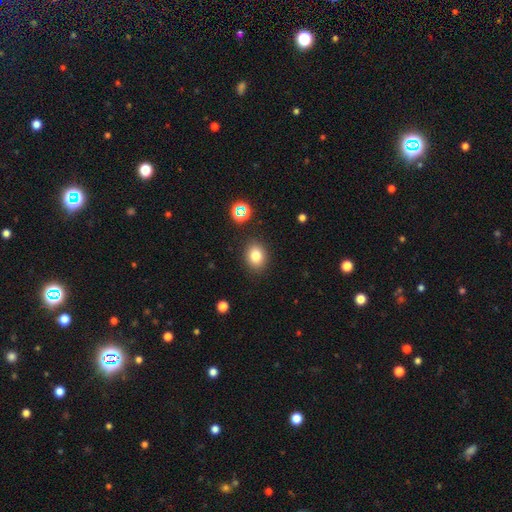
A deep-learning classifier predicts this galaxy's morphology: smooth 80%, star or artifact 13%, featured or disk 7%. Down the decision tree: how rounded — round (52%); merging — none (87%).